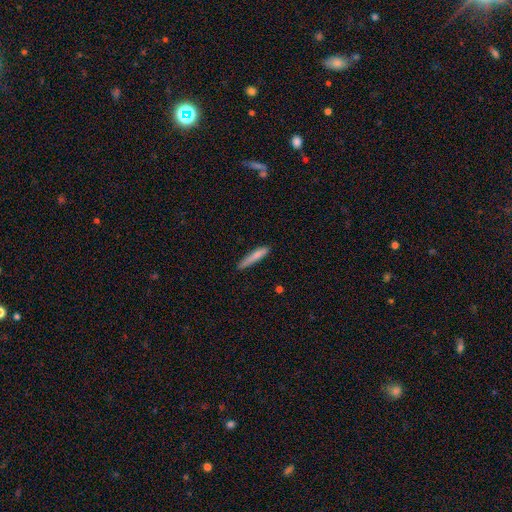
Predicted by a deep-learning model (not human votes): smooth-or-featured: smooth: 78% | featured or disk: 15% | star or artifact: 6%
  how-rounded: cigar-shaped: 91% | in between: 8% | round: 1%
  merging: none: 78% | minor disturbance: 17% | major disturbance: 3% | merger: 2%